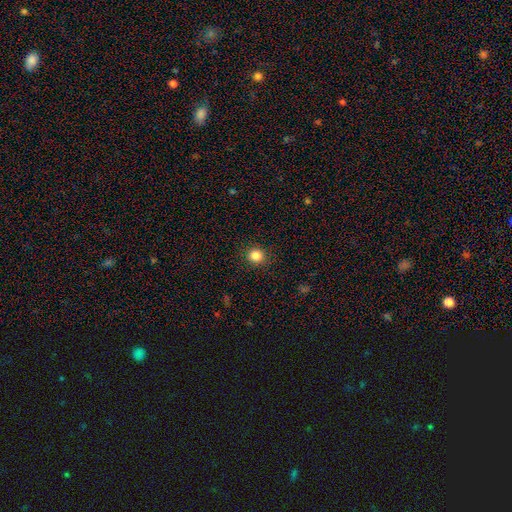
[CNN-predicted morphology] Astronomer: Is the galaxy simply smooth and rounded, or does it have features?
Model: smooth — 85%.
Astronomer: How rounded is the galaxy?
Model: round — 90%.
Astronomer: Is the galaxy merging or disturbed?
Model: none — 91%.